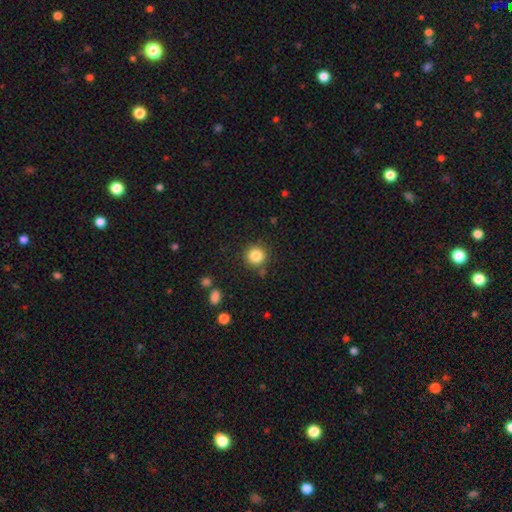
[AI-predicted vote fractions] A smooth galaxy with no disk features (85%) that is round (94%). Merging: none (86%).